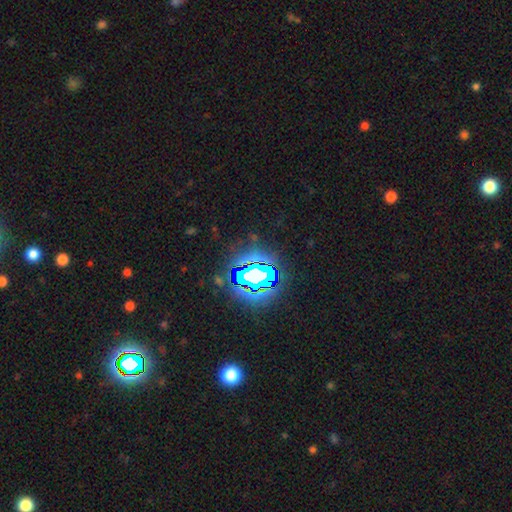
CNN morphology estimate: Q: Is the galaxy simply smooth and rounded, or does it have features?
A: star or artifact — 82%.